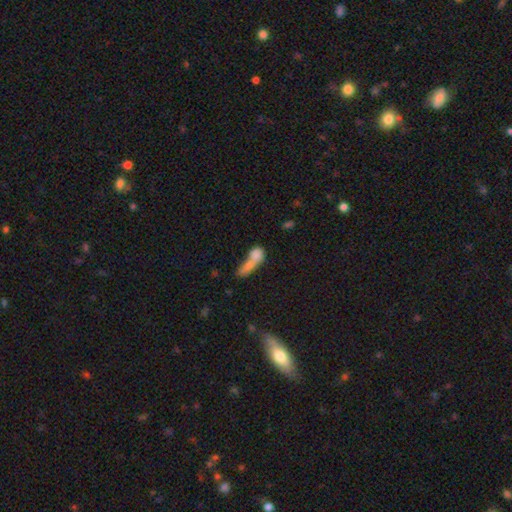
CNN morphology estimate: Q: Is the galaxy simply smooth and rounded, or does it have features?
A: smooth — 73%.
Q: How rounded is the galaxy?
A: in between — 53%.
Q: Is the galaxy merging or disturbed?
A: merger — 67%.